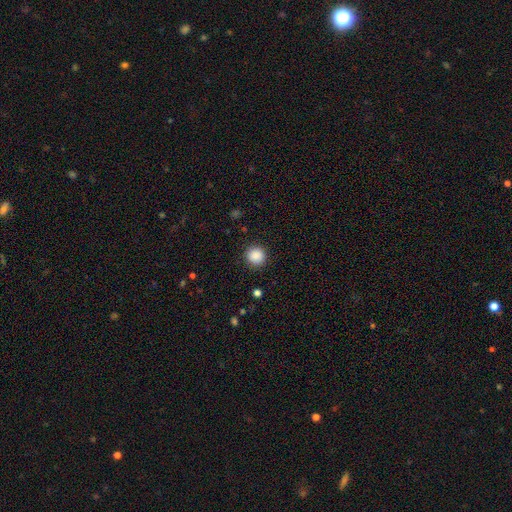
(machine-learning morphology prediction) Overall: smooth (88%). How rounded: round (93%). Merging: none (91%).